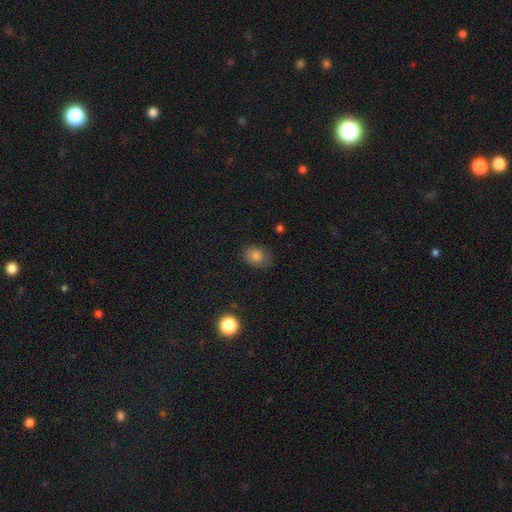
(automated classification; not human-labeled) smooth_or_featured: smooth (p=0.81) [alt: star or artifact p=0.12]
how_rounded: round (p=0.52) [alt: in between p=0.47]
merging: none (p=0.70) [alt: minor disturbance p=0.23]